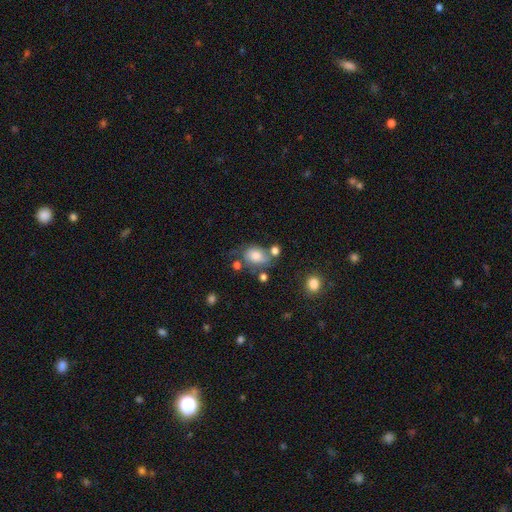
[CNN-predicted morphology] Q: Smooth or featured?
A: smooth (71%); runner-up: featured or disk (18%)
Q: How rounded?
A: in between (71%); runner-up: round (28%)
Q: Merging?
A: none (41%); runner-up: minor disturbance (25%)